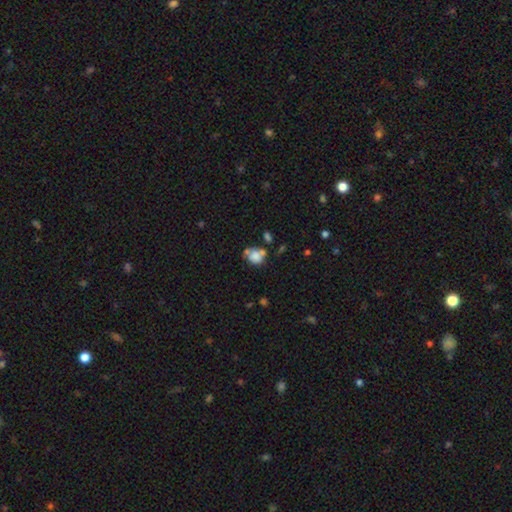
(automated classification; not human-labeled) smooth_or_featured: smooth (p=0.72) [alt: featured or disk p=0.17]
how_rounded: round (p=0.62) [alt: in between p=0.37]
merging: none (p=0.38) [alt: merger p=0.29]